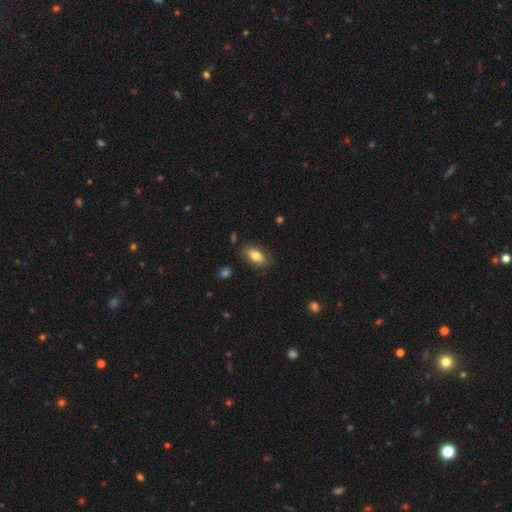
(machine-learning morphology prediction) This is likely a smooth galaxy (75%). How rounded: clearly in between (87%). Merging: clearly none (81%).